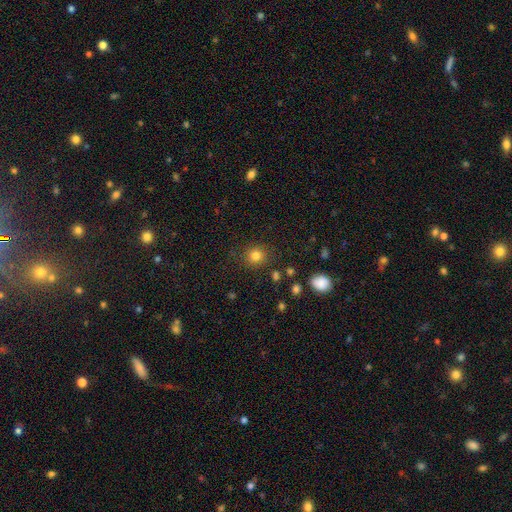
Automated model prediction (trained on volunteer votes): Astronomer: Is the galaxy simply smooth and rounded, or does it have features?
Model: smooth — 81%.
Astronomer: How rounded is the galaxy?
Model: round — 87%.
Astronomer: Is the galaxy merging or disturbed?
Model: none — 87%.